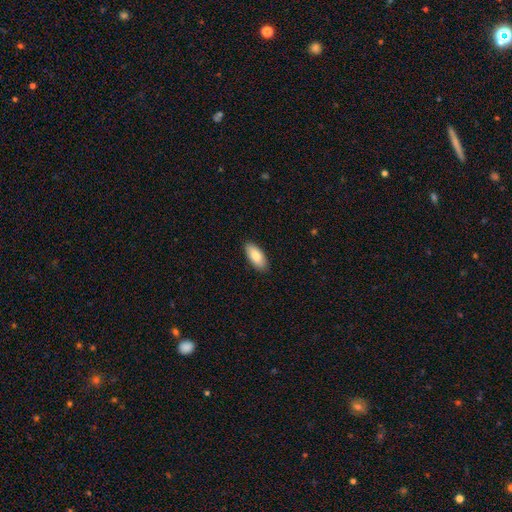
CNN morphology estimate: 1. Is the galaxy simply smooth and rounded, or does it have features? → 83% smooth, 12% featured or disk, 6% star or artifact.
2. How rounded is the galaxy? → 88% in between, 10% cigar-shaped, 2% round.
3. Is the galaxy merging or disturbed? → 89% none, 8% minor disturbance, 2% major disturbance, 1% merger.